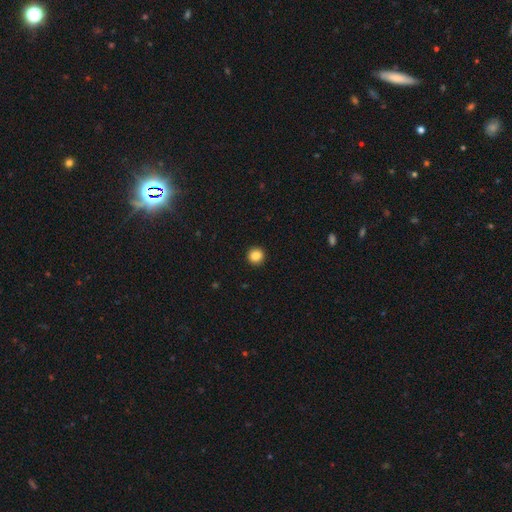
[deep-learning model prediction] Smooth or featured? Predicted: smooth (p=0.86). How rounded? Predicted: round (p=0.95). Merging? Predicted: none (p=0.93).